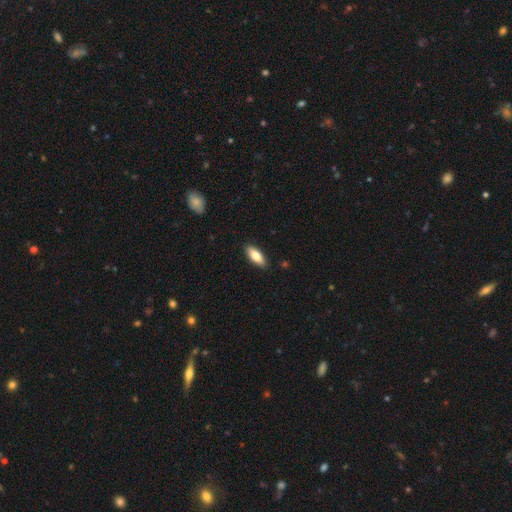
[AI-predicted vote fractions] The model was most divided on "how rounded": in between: 75%, cigar-shaped: 23%, round: 2%. More confident: merging — none (88%); smooth or featured — smooth (78%).